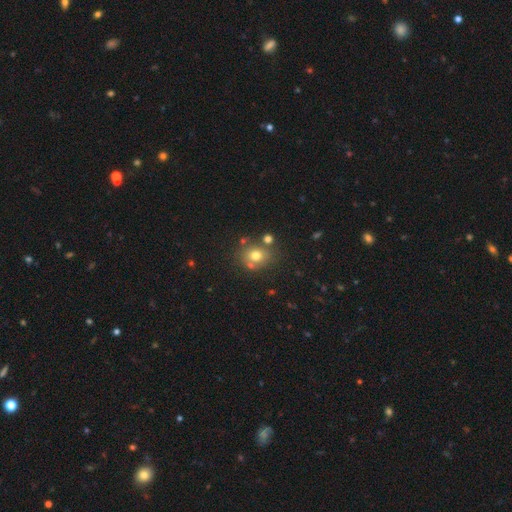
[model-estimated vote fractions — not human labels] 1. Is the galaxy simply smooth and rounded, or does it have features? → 71% smooth, 15% star or artifact, 14% featured or disk.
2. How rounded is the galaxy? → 71% round, 28% in between, 1% cigar-shaped.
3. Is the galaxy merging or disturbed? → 69% none, 14% merger, 12% minor disturbance, 4% major disturbance.